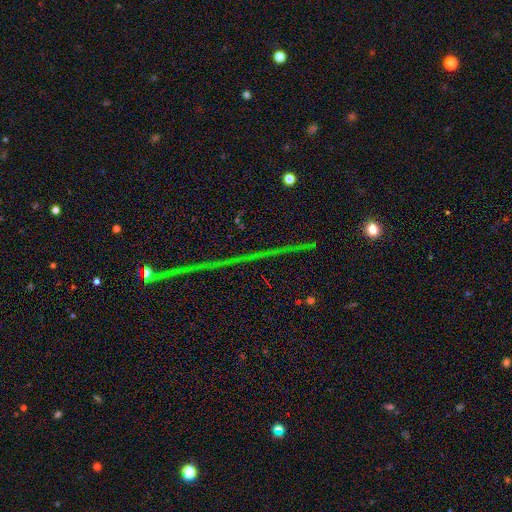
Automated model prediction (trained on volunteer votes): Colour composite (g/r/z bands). It shows a star or artifact, not a galaxy (76%).